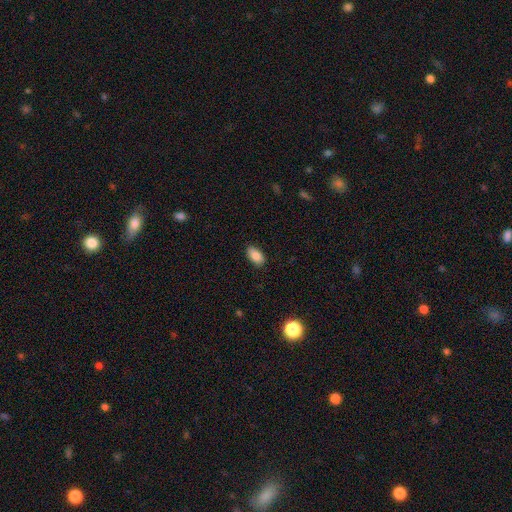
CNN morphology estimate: Smooth or featured? smooth (87%)
How rounded? in between (93%)
Merging? none (86%)